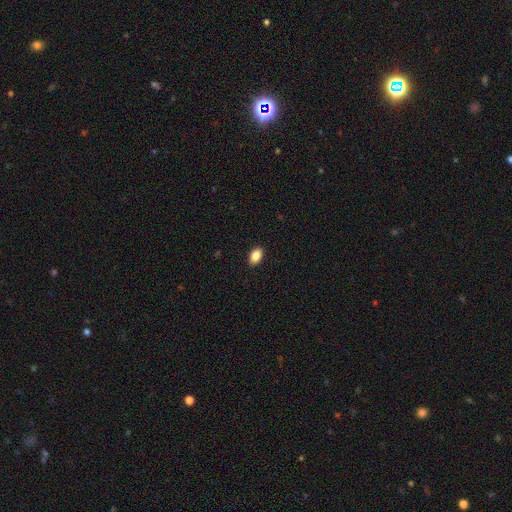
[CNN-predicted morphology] smooth-or-featured: smooth: 87% | star or artifact: 8% | featured or disk: 5%
  how-rounded: in between: 87% | round: 12% | cigar-shaped: 1%
  merging: none: 90% | minor disturbance: 7% | major disturbance: 2% | merger: 1%